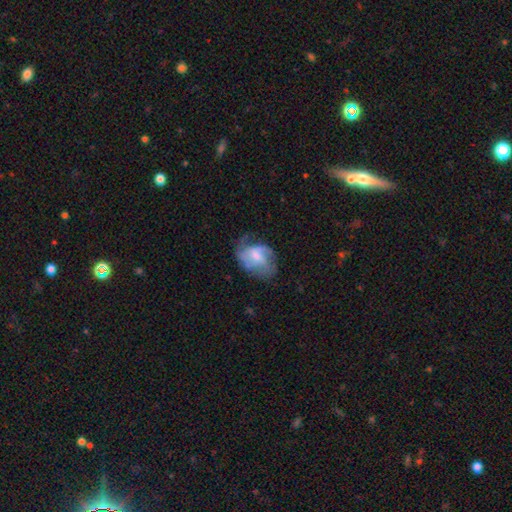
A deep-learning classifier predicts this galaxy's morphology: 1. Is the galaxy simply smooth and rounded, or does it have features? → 57% featured or disk, 36% smooth, 7% star or artifact.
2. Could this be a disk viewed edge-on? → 97% no, 3% yes.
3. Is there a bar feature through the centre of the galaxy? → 48% no, 42% weak, 10% strong.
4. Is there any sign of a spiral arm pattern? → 73% yes, 27% no.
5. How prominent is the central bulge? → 41% moderate, 28% small, 18% none, 11% large, 2% dominant.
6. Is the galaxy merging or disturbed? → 44% none, 29% minor disturbance, 25% major disturbance, 2% merger.